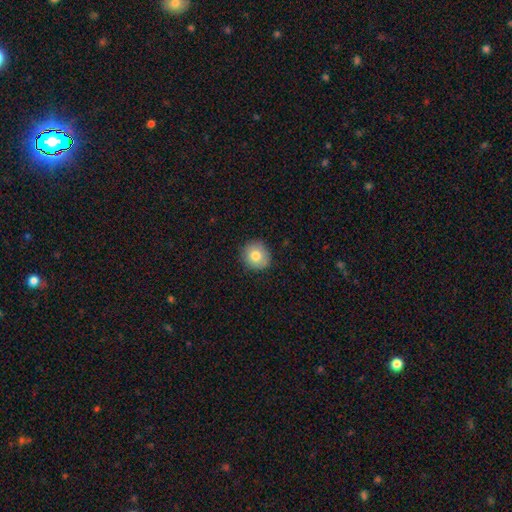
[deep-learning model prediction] Smooth or featured? Predicted: smooth (p=0.79). How rounded? Predicted: round (p=0.90). Merging? Predicted: none (p=0.87).